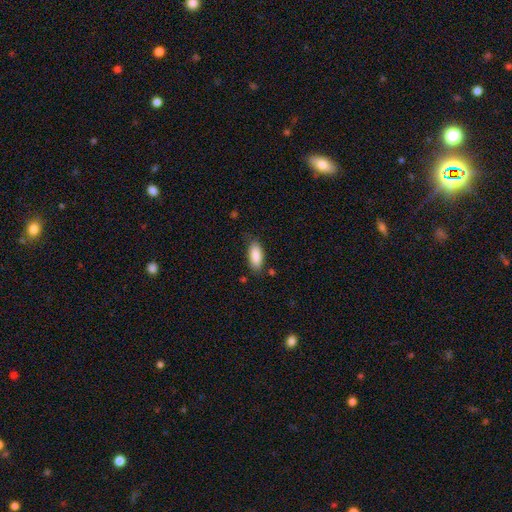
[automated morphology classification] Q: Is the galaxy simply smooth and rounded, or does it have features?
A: smooth — 88%.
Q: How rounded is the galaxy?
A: in between — 85%.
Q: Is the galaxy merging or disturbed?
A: none — 79%.